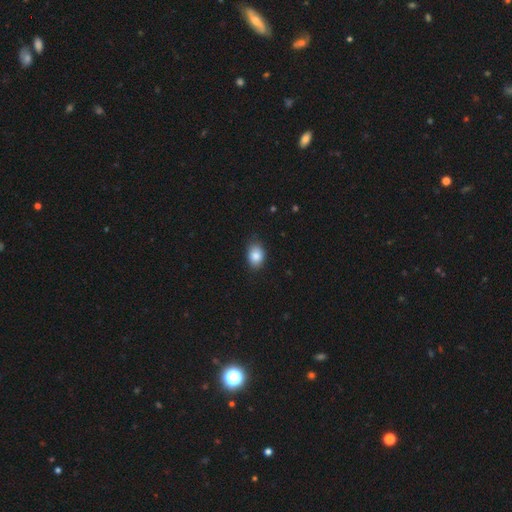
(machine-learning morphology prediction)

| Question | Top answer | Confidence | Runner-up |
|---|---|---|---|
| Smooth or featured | smooth | 86% | star or artifact (8%) |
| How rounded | in between | 75% | round (24%) |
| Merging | none | 80% | minor disturbance (16%) |